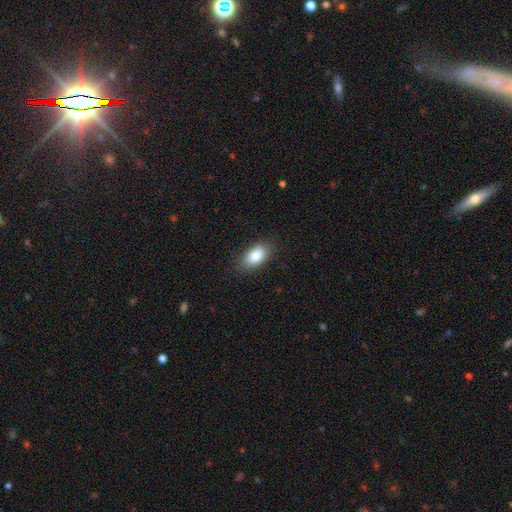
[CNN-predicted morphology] The model was most divided on "merging": none: 83%, minor disturbance: 13%, major disturbance: 3%, merger: 1%. More confident: how rounded — in between (91%); smooth or featured — smooth (86%).